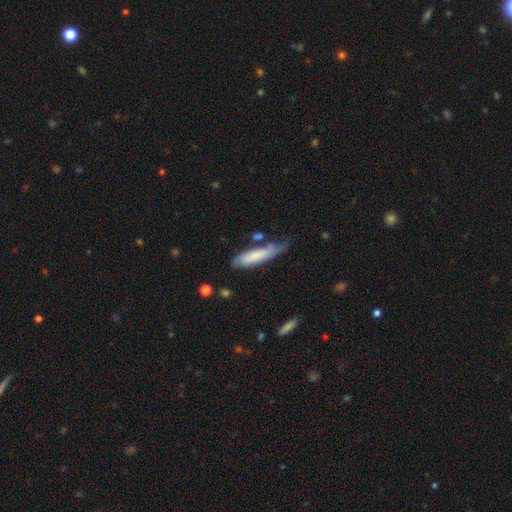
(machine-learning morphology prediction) A smooth galaxy with no disk features (74%) that is cigar-shaped (70%). Merging: none (53%).